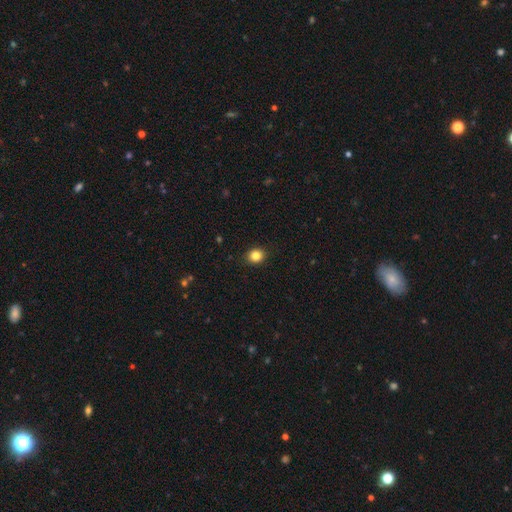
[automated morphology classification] Smooth or featured: smooth — 84% (star or artifact — 11%)
How rounded: round — 75% (in between — 25%)
Merging: none — 91% (minor disturbance — 7%)